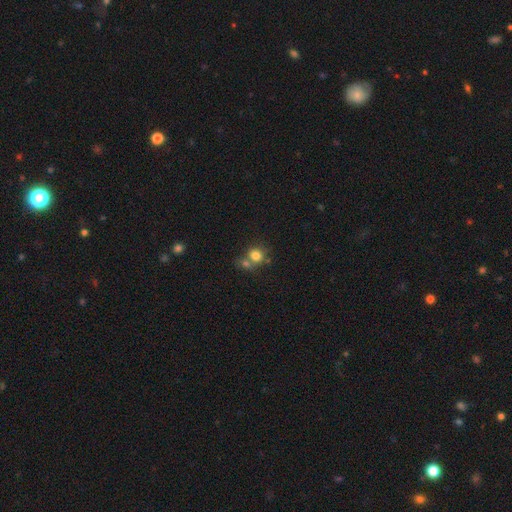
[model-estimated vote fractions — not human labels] Smooth or featured? smooth (78%)
How rounded? round (81%)
Merging? none (45%)